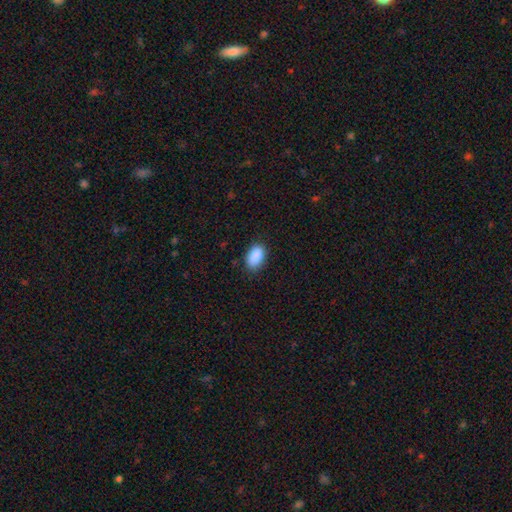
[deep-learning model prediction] This appears to be a smooth galaxy with no disk features (90%) that is in between round and cigar-shaped (92%). Merging: none (82%).